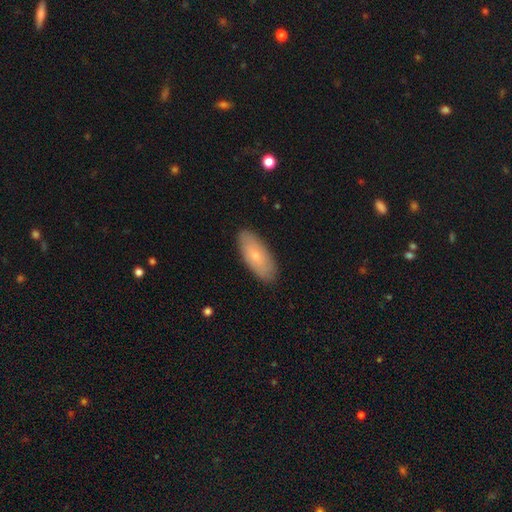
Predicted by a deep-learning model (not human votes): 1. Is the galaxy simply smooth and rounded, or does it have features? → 69% smooth, 25% featured or disk, 6% star or artifact.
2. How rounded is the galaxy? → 85% in between, 13% cigar-shaped, 2% round.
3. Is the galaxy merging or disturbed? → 87% none, 10% minor disturbance, 2% major disturbance, 1% merger.